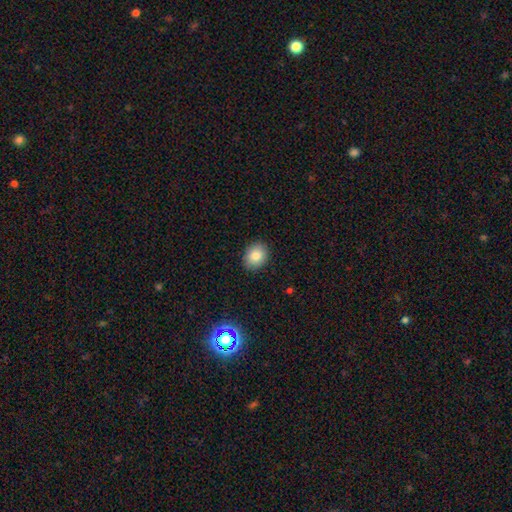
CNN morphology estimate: This is clearly a smooth galaxy (85%). How rounded: possibly in between (51%). Merging: clearly none (89%).